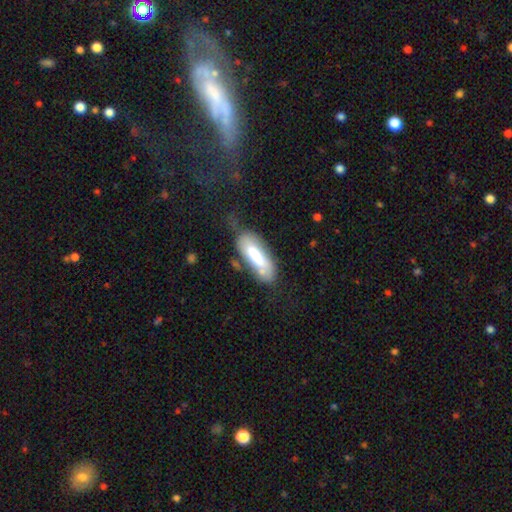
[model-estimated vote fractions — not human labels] A smooth galaxy with no disk features (67%) that is in between round and cigar-shaped (67%).

Vote fractions:
- Smooth or featured? smooth: 67% / featured or disk: 26% / star or artifact: 7%
- How rounded? in between: 67% / cigar-shaped: 32% / round: 2%
- Merging? none: 45% / minor disturbance: 29% / major disturbance: 16% / merger: 10%